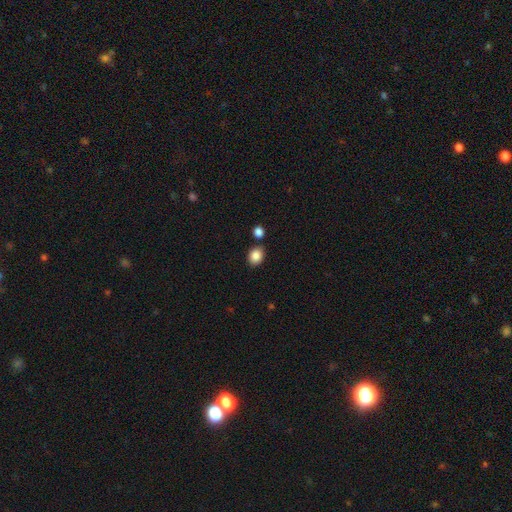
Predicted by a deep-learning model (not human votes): Smooth or featured?
  - smooth: 87% *
  - star or artifact: 9%
  - featured or disk: 4%
How rounded?
  - in between: 50% *
  - round: 49%
  - cigar-shaped: 1%
Merging?
  - none: 80% *
  - minor disturbance: 9%
  - merger: 8%
  - major disturbance: 3%